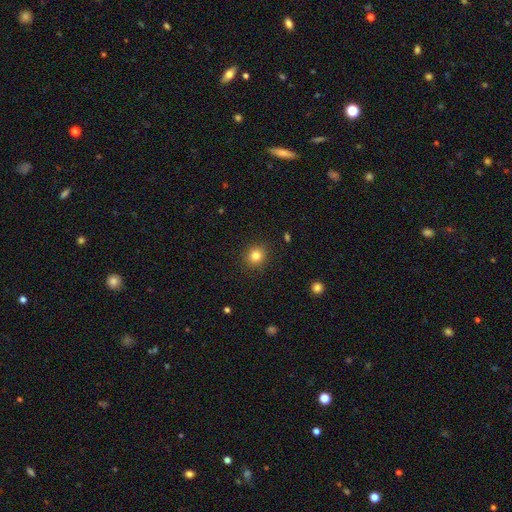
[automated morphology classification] Smooth or featured? smooth (82%)
How rounded? round (87%)
Merging? none (91%)